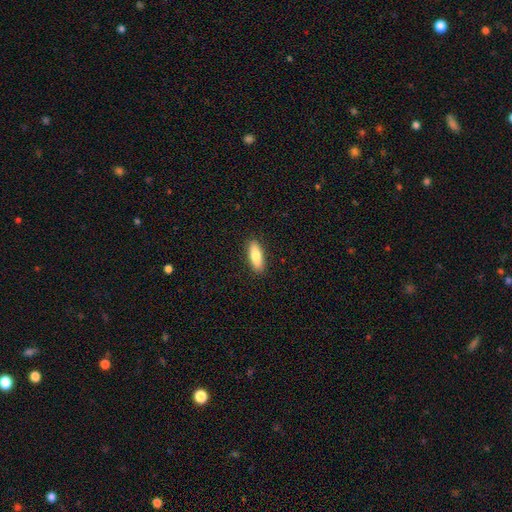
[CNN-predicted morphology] This appears to be a smooth galaxy with no disk features (81%) that is in between round and cigar-shaped (60%). Merging: none (90%).